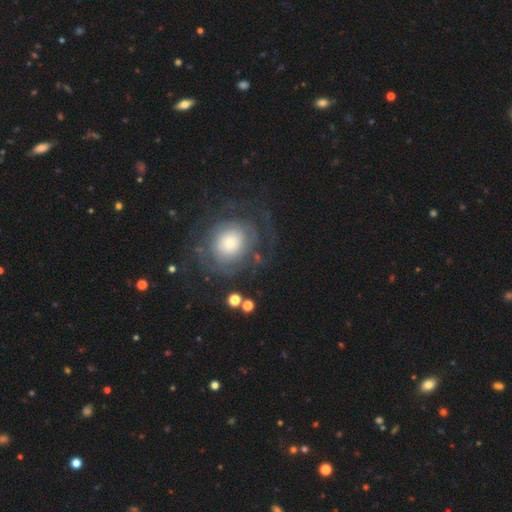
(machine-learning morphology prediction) type=smooth (43%); merging=none (80%).